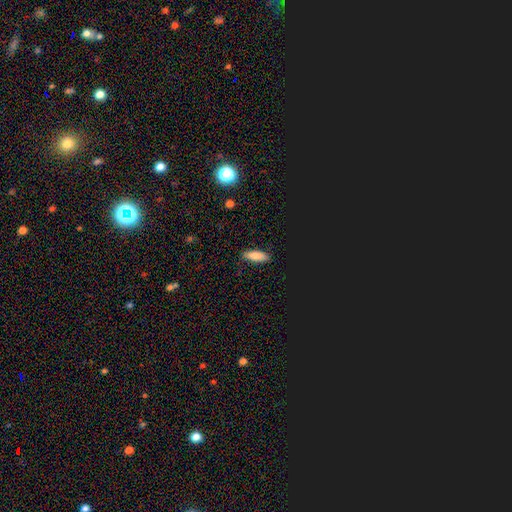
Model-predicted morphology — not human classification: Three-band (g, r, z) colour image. It shows a smooth galaxy with no disk features (79%) that is in between round and cigar-shaped (64%). Merging: none (85%).